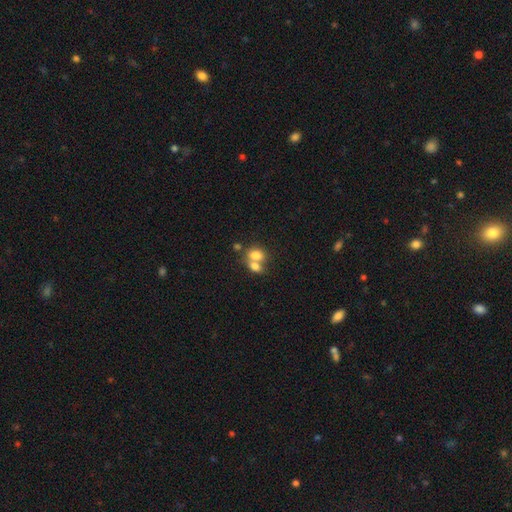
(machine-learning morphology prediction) The model was most divided on "how rounded": in between: 65%, round: 34%, cigar-shaped: 1%. More confident: smooth or featured — smooth (76%); merging — merger (63%).